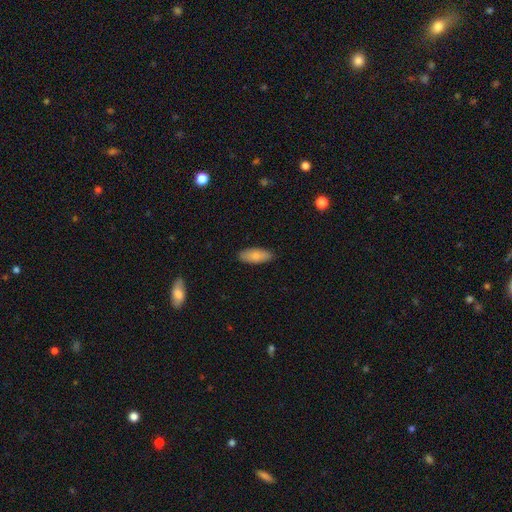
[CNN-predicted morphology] A smooth galaxy with no disk features (83%) that is in between round and cigar-shaped (82%). Merging: none (87%).